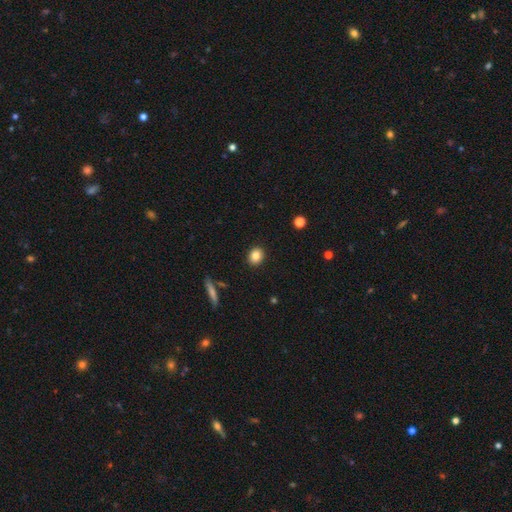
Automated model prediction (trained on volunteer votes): This is clearly a smooth galaxy (83%). How rounded: likely round (68%). Merging: clearly none (91%).